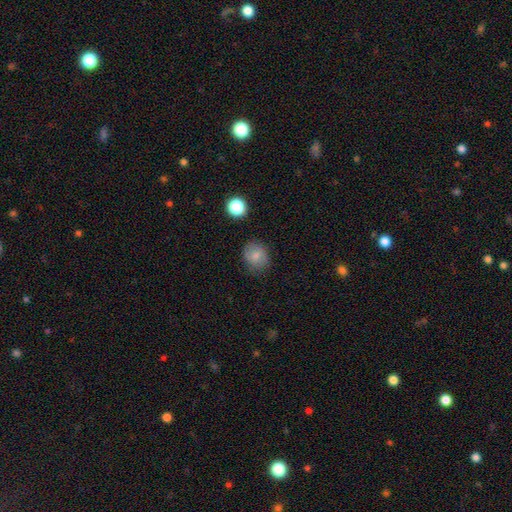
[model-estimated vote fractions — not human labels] smooth_or_featured: smooth (p=0.71) [alt: featured or disk p=0.18]
how_rounded: round (p=0.69) [alt: in between p=0.30]
merging: none (p=0.78) [alt: minor disturbance p=0.16]